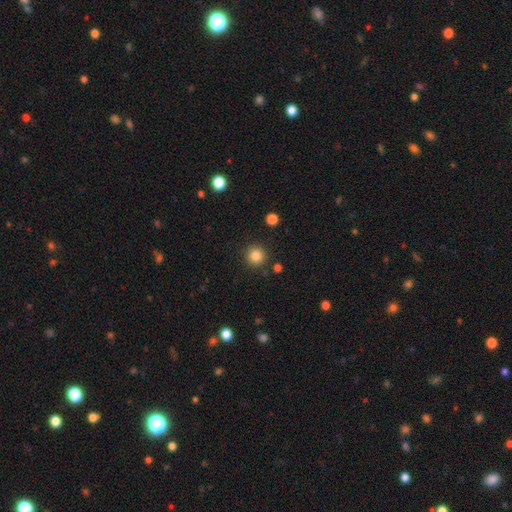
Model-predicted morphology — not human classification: smooth 84%, star or artifact 11%, featured or disk 5%. Down the decision tree: how rounded — round (95%); merging — none (89%).